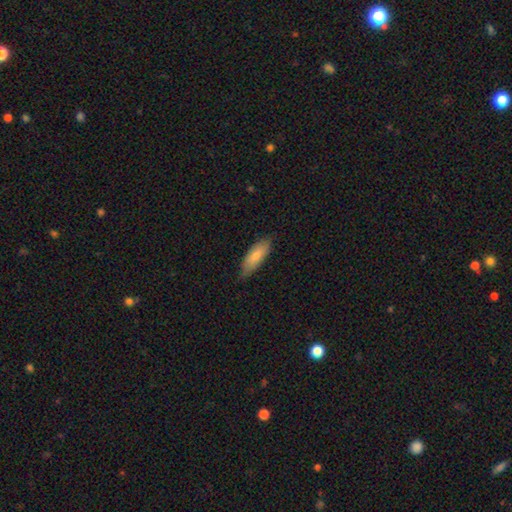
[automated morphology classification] A smooth galaxy with no disk features (74%) that is in between round and cigar-shaped (61%).

Vote fractions:
- Smooth or featured? smooth: 74% / featured or disk: 20% / star or artifact: 6%
- How rounded? in between: 61% / cigar-shaped: 37% / round: 2%
- Merging? none: 78% / minor disturbance: 19% / major disturbance: 2% / merger: 1%